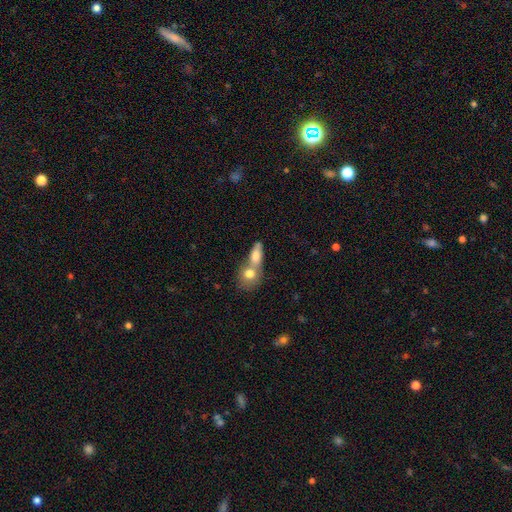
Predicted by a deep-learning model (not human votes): The model was most divided on "how rounded": in between: 67%, round: 23%, cigar-shaped: 10%. More confident: smooth or featured — smooth (76%); merging — merger (68%).